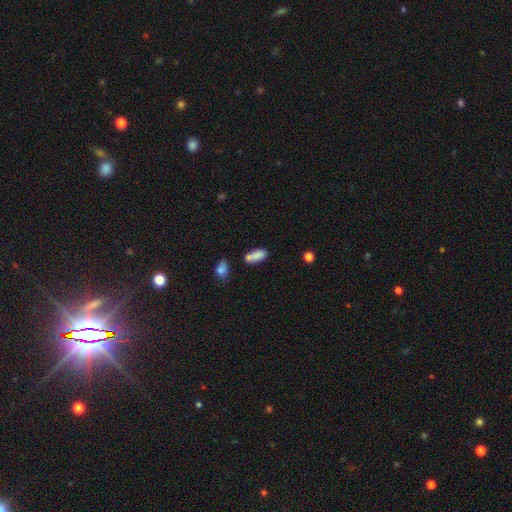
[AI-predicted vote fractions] Q: Smooth or featured?
A: smooth (82%); runner-up: featured or disk (9%)
Q: How rounded?
A: in between (82%); runner-up: cigar-shaped (15%)
Q: Merging?
A: none (53%); runner-up: merger (24%)